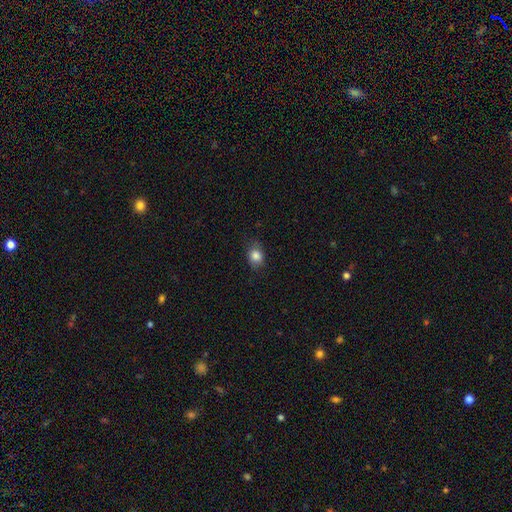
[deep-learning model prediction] This appears to be a smooth galaxy with no disk features (85%) that is in between round and cigar-shaped (51%). Merging: none (76%).